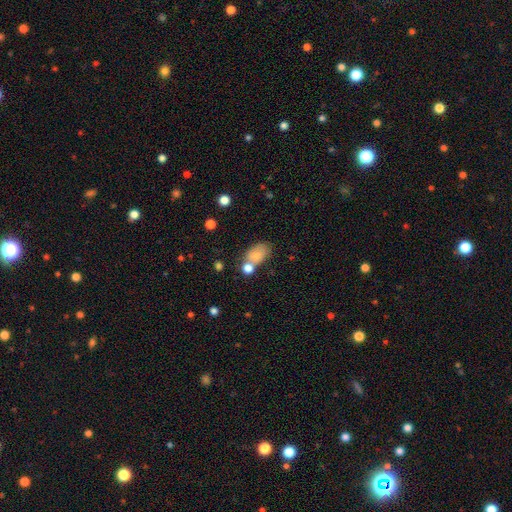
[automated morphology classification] Smooth or featured?
  - smooth: 78% *
  - featured or disk: 12%
  - star or artifact: 9%
How rounded?
  - in between: 87% *
  - round: 11%
  - cigar-shaped: 2%
Merging?
  - none: 47% *
  - merger: 25%
  - minor disturbance: 20%
  - major disturbance: 8%